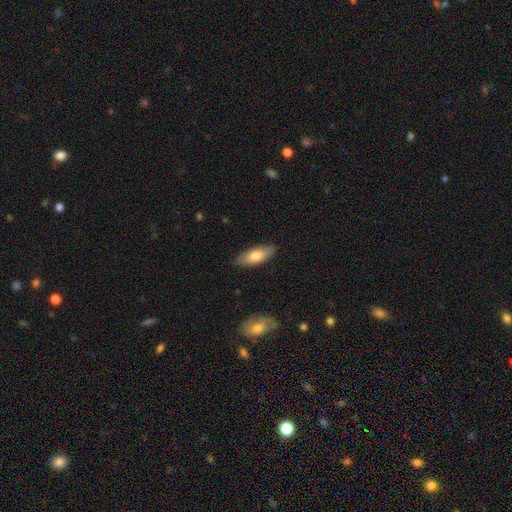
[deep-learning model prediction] Overall: smooth (73%). How rounded: in between (74%). Merging: none (86%).